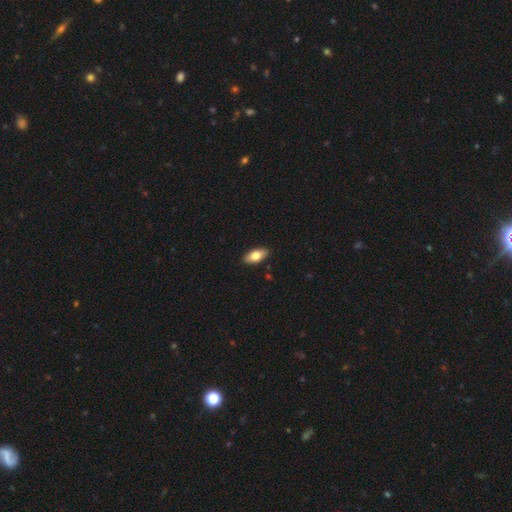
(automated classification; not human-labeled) Q: Smooth or featured?
A: smooth (78%); runner-up: featured or disk (16%)
Q: How rounded?
A: in between (91%); runner-up: cigar-shaped (6%)
Q: Merging?
A: none (90%); runner-up: minor disturbance (8%)